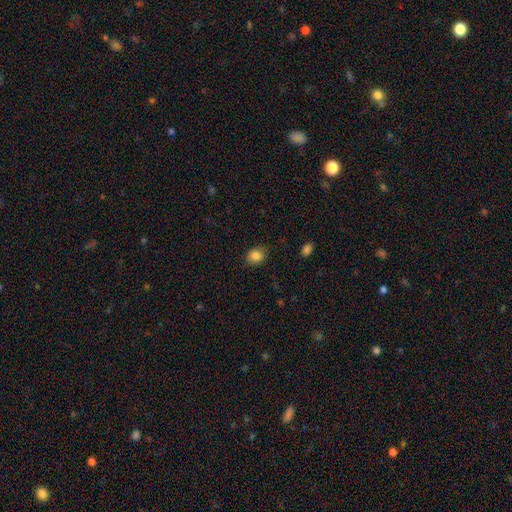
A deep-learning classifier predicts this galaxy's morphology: The model was most divided on "how rounded": in between: 54%, round: 45%, cigar-shaped: 1%. More confident: smooth or featured — smooth (84%); merging — none (84%).